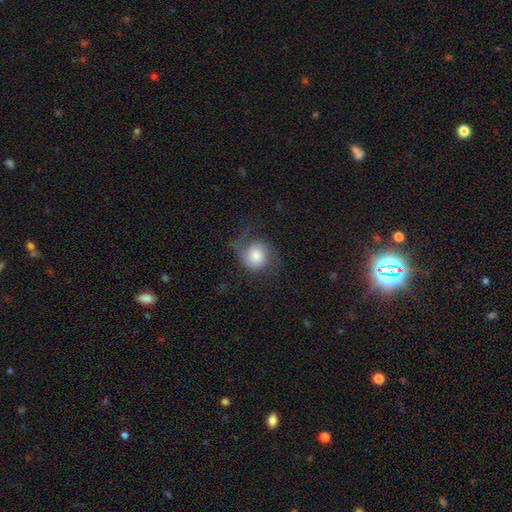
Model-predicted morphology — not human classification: Smooth or featured? Predicted: featured or disk (p=0.51). Edge-on disk? Predicted: no (p=0.97). Merging? Predicted: none (p=0.51).